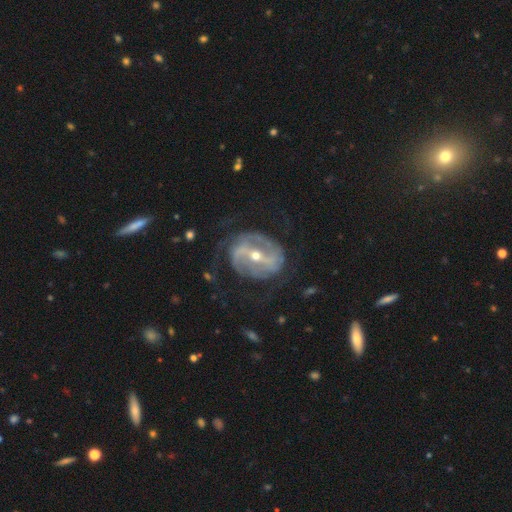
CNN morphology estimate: The model was most divided on "bulge size": small: 52%, moderate: 45%, large: 1%, none: 1%, dominant: 1%. Remaining: edge-on disk — no (95%); smooth or featured — featured or disk (88%); spiral arms — yes (88%); spiral arm count — 2 (74%); merging — none (68%); bar — strong (67%); spiral winding — medium (43%).